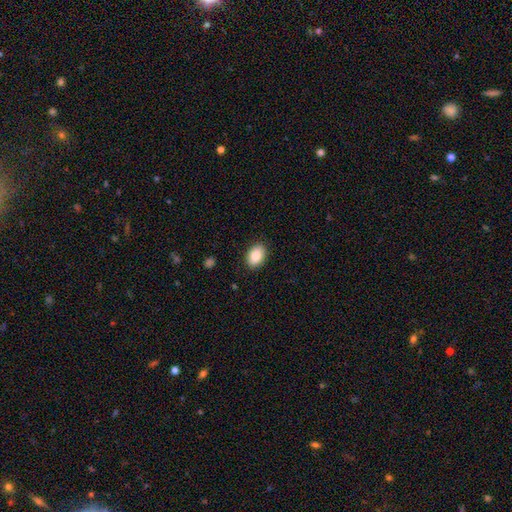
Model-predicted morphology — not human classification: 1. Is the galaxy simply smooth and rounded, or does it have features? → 88% smooth, 7% star or artifact, 5% featured or disk.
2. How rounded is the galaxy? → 85% in between, 14% round, 1% cigar-shaped.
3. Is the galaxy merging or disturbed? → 88% none, 8% minor disturbance, 2% major disturbance, 1% merger.